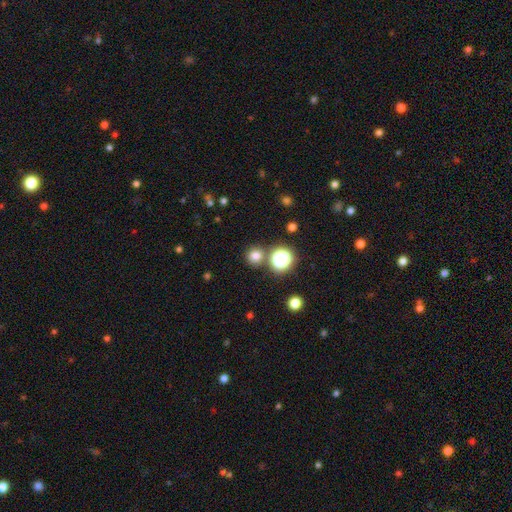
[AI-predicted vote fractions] Smooth or featured? Predicted: smooth (p=0.73). How rounded? Predicted: round (p=0.92). Merging? Predicted: none (p=0.81).